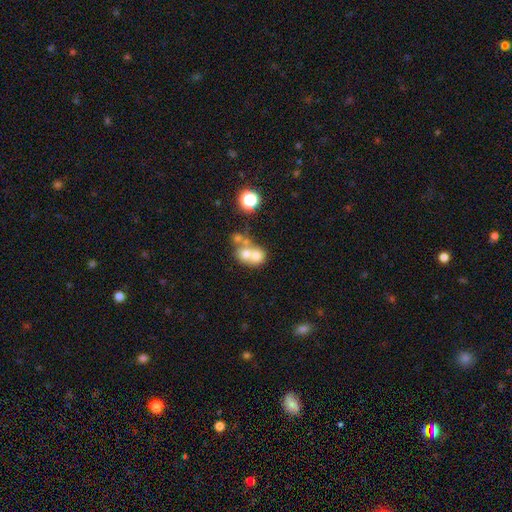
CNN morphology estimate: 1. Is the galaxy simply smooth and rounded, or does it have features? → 61% smooth, 25% featured or disk, 13% star or artifact.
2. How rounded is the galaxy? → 71% round, 28% in between, 1% cigar-shaped.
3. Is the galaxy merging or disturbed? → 64% merger, 25% none, 6% minor disturbance, 4% major disturbance.